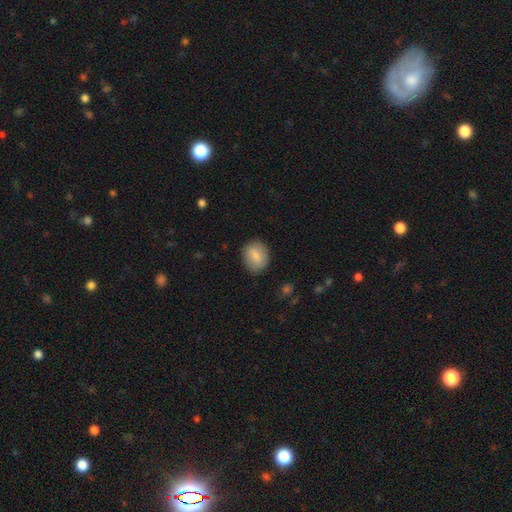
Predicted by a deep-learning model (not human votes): smooth 79%, featured or disk 14%, star or artifact 7%. Down the decision tree: how rounded — in between (50%); merging — none (81%).